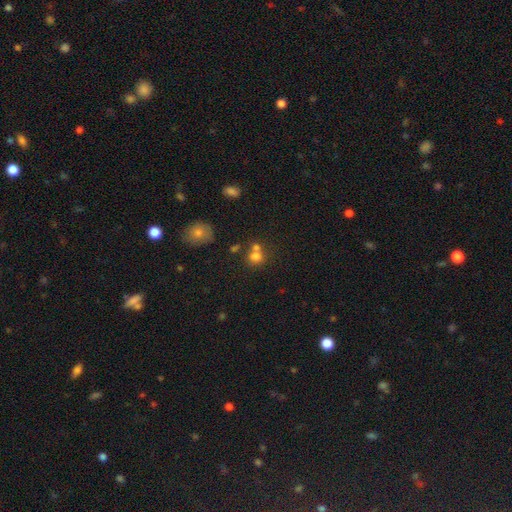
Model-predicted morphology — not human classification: The model was most divided on "merging" (2-way tie): none: 43%, merger: 43%, minor disturbance: 9%, major disturbance: 4%. More confident: smooth or featured — smooth (75%); how rounded — round (74%).